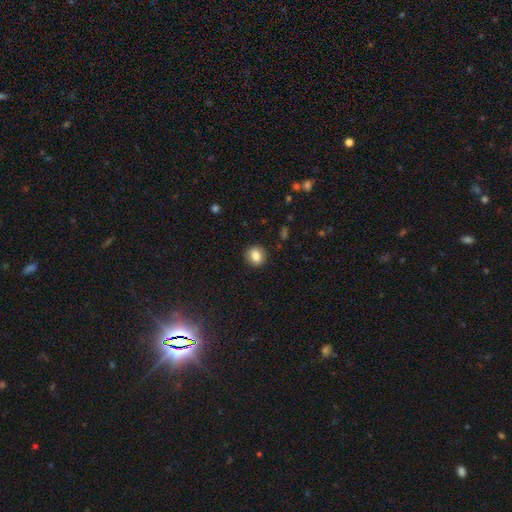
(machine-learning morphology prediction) The model was most divided on "how rounded": round: 70%, in between: 29%, cigar-shaped: 1%. More confident: merging — none (89%); smooth or featured — smooth (83%).